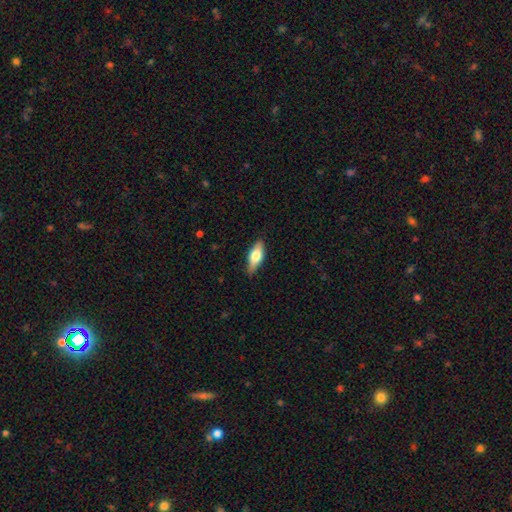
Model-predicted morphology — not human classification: smooth_or_featured: smooth (p=0.64) [alt: featured or disk p=0.30]
how_rounded: in between (p=0.73) [alt: cigar-shaped p=0.25]
merging: none (p=0.85) [alt: minor disturbance p=0.12]